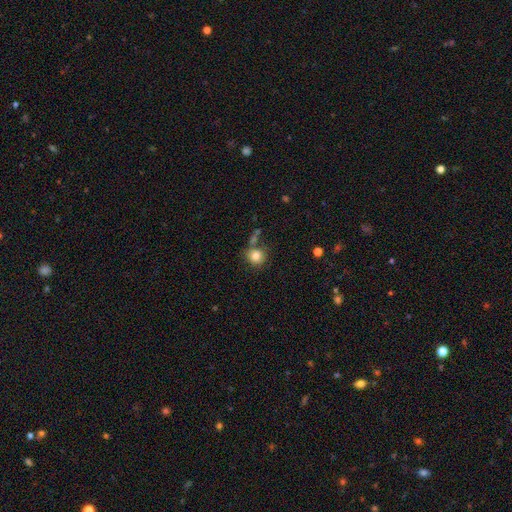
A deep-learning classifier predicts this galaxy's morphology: Smooth or featured? Predicted: smooth (p=0.83). How rounded? Predicted: round (p=0.85). Merging? Predicted: none (p=0.64).